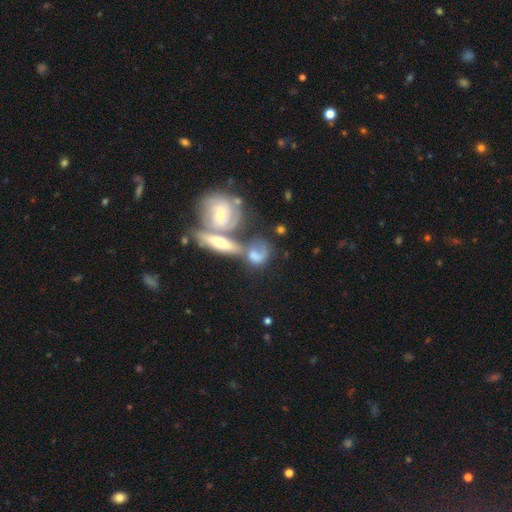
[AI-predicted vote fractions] smooth_or_featured: featured or disk (p=0.57) [alt: smooth p=0.35]
disk_edge_on: no (p=0.87) [alt: yes p=0.13]
merging: merger (p=0.51) [alt: none p=0.26]